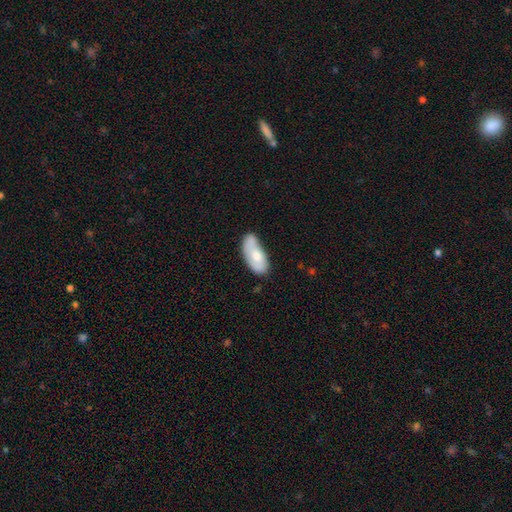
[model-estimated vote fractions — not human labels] Morphology: type=smooth (68%); roundness=in between (89%); merging=none (48%).